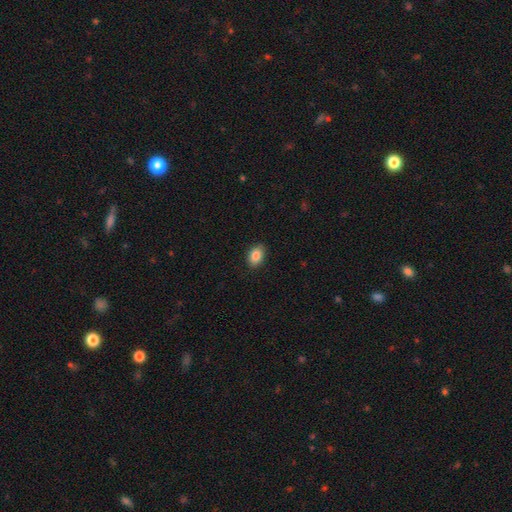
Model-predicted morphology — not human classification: Q: Smooth or featured?
A: smooth (87%); runner-up: star or artifact (8%)
Q: How rounded?
A: in between (83%); runner-up: round (16%)
Q: Merging?
A: none (88%); runner-up: minor disturbance (9%)